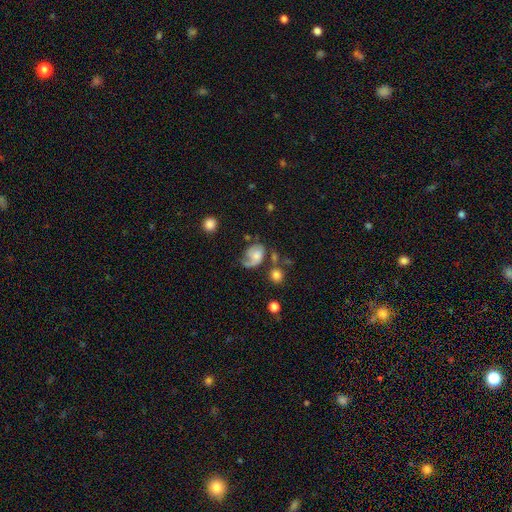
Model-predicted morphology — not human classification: Smooth or featured? featured or disk (53%)
Edge-on disk? no (97%)
Bar? no (75%)
Spiral arms? yes (82%)
Bulge size? moderate (37%)
Merging? major disturbance (34%)